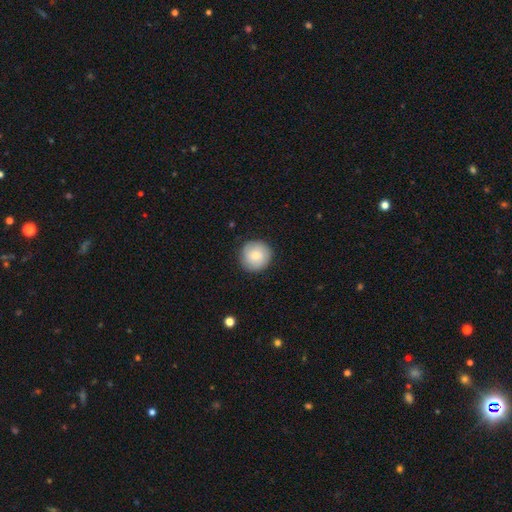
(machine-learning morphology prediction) Q: Smooth or featured?
A: smooth (80%); runner-up: featured or disk (14%)
Q: How rounded?
A: round (94%); runner-up: in between (5%)
Q: Merging?
A: none (88%); runner-up: minor disturbance (9%)